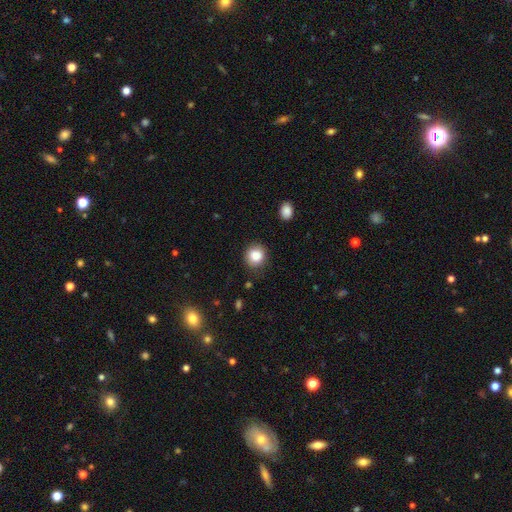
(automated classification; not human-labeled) Smooth or featured? smooth (86%)
How rounded? round (83%)
Merging? none (80%)